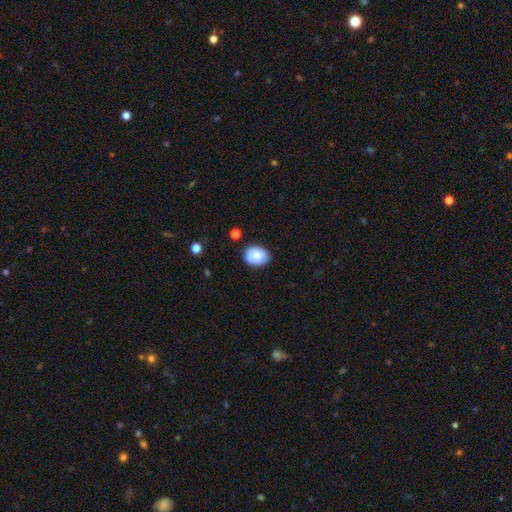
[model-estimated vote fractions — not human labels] Smooth or featured? smooth (77%)
How rounded? in between (63%)
Merging? none (60%)